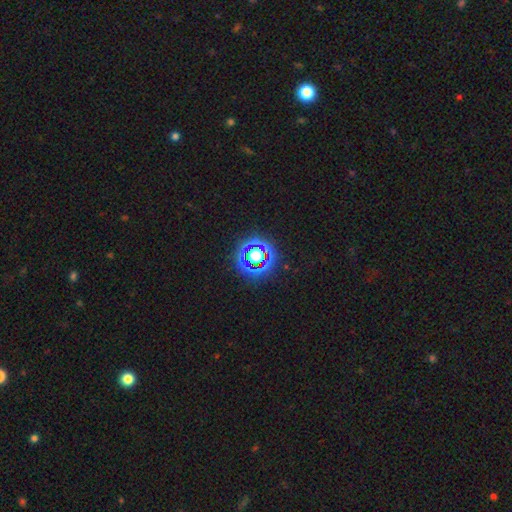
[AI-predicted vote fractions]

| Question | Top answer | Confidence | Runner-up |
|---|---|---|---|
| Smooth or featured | star or artifact | 63% | smooth (24%) |